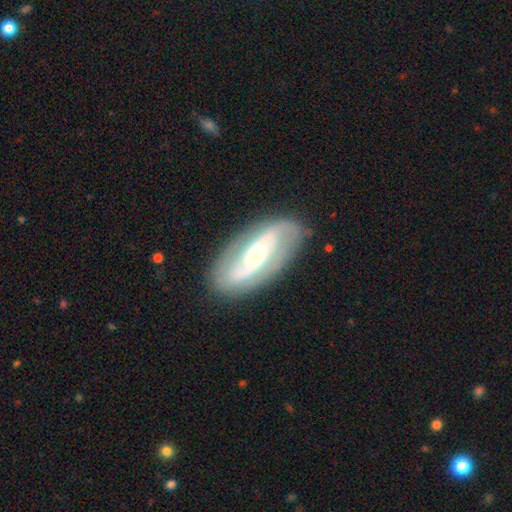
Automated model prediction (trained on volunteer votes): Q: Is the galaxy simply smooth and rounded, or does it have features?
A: featured or disk — 80%.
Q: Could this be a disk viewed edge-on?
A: no — 93%.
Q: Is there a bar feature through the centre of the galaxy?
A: strong — 35%.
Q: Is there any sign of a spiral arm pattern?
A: yes — 90%.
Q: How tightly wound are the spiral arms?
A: medium — 42%.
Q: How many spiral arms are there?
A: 2 — 86%.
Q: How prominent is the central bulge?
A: small — 51%.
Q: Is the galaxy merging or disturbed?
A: none — 83%.